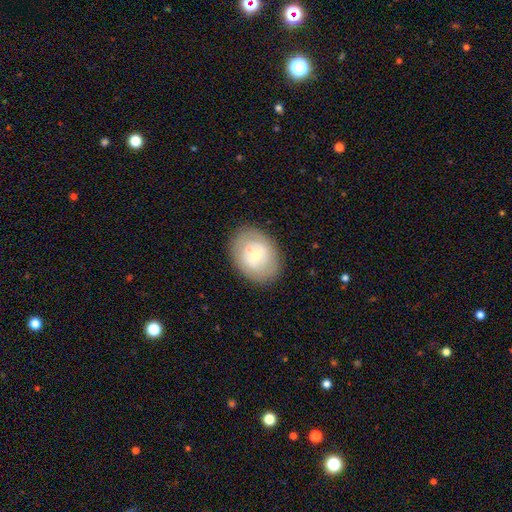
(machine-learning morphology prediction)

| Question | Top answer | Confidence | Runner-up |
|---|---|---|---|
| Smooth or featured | smooth | 50% | featured or disk (43%) |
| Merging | none | 72% | minor disturbance (15%) |